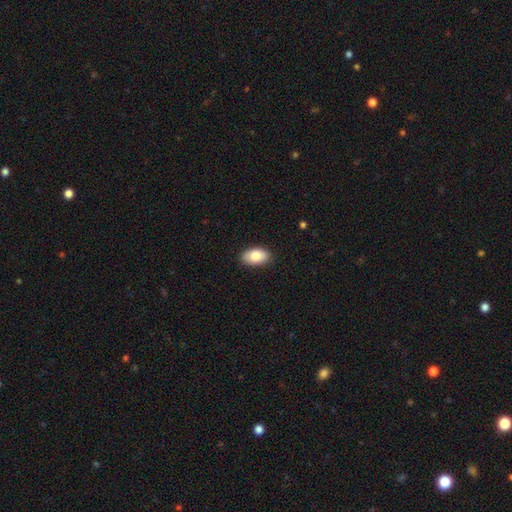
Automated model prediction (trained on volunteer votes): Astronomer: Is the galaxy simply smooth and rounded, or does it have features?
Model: smooth — 83%.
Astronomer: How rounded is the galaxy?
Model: in between — 93%.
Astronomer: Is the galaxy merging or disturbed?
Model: none — 87%.